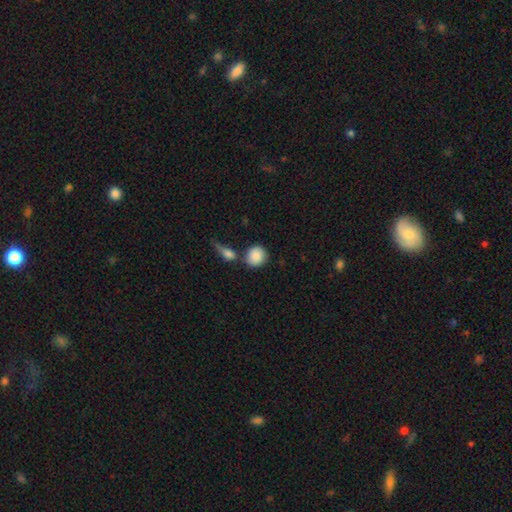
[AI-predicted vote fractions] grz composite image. It shows a smooth galaxy with no disk features (87%) that is round (84%). Merging: none (61%).